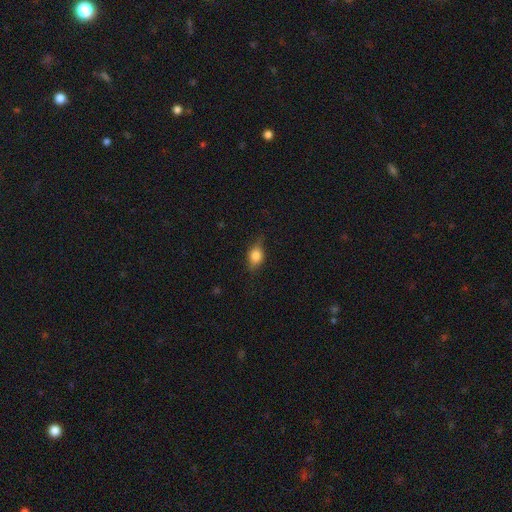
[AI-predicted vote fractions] smooth_or_featured: smooth (p=0.76) [alt: featured or disk p=0.15]
how_rounded: in between (p=0.69) [alt: round p=0.26]
merging: none (p=0.70) [alt: minor disturbance p=0.23]